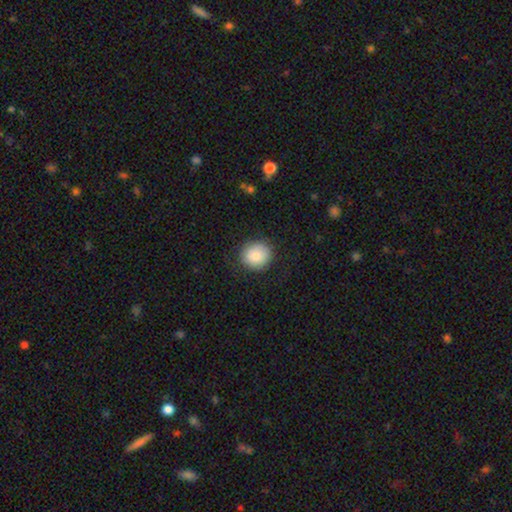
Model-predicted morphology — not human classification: This is clearly a smooth galaxy (85%). How rounded: clearly round (85%). Merging: clearly none (86%).